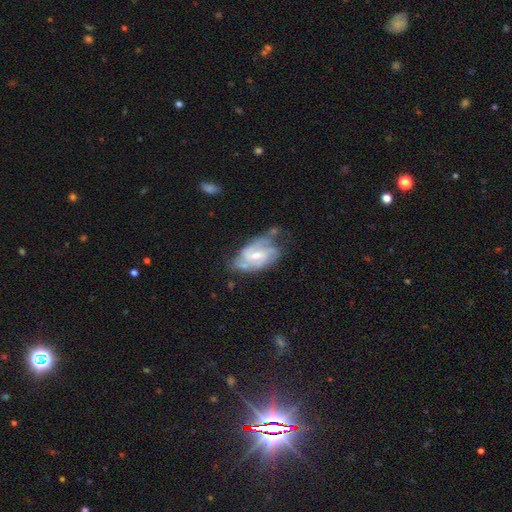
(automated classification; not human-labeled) Smooth or featured: featured or disk — 82% (smooth — 13%)
Edge-on disk: no — 96% (yes — 4%)
Bar: weak — 53% (no — 30%)
Spiral arms: yes — 93% (no — 7%)
Spiral winding: medium — 44% (tight — 42%)
Spiral arm count: 2 — 47% (can't tell — 21%)
Bulge size: moderate — 52% (small — 44%)
Merging: none — 51% (minor disturbance — 29%)